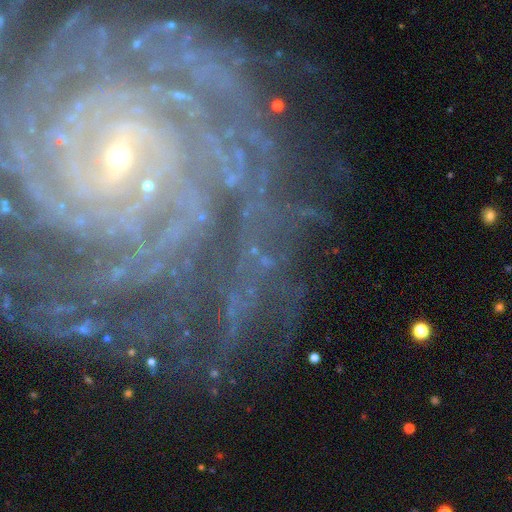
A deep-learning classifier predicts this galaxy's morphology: A featured or disk galaxy (80%) with no bar (50%), can't tell (26%, tied with more than 4) tight (77%) spiral arms (95%) and a small central bulge (76%). Merging: none (67%).